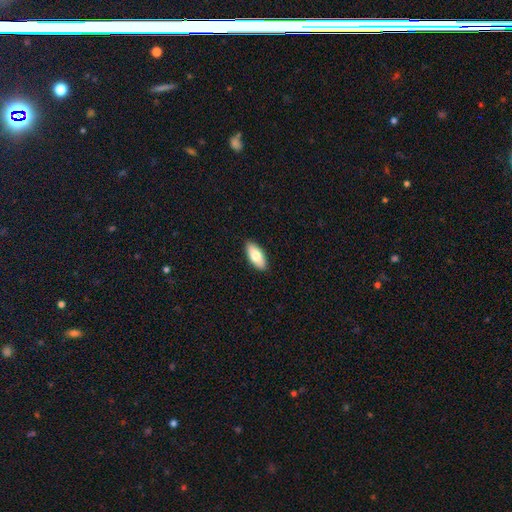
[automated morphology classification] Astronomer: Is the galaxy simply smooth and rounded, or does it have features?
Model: smooth — 76%.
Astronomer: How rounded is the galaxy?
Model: in between — 86%.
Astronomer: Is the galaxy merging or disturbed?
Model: none — 90%.